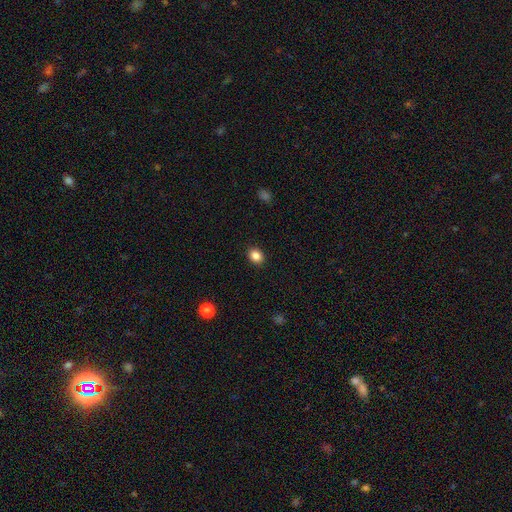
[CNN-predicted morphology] A smooth galaxy with no disk features (86%) that is round (53%). Merging: none (91%).